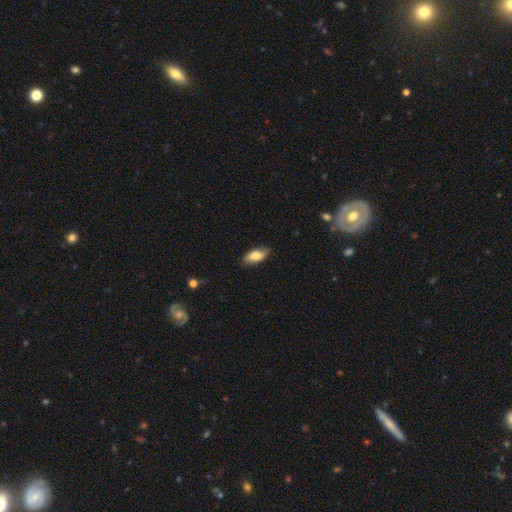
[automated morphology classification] Smooth or featured?
  - smooth: 77% *
  - featured or disk: 16%
  - star or artifact: 7%
How rounded?
  - in between: 88% *
  - cigar-shaped: 9%
  - round: 3%
Merging?
  - none: 84% *
  - minor disturbance: 13%
  - major disturbance: 2%
  - merger: 1%